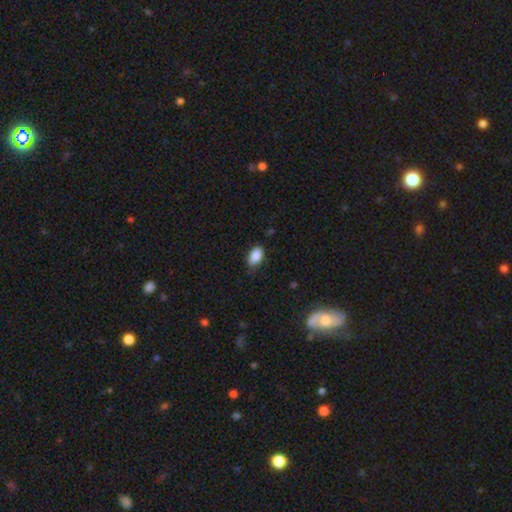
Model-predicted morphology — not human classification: smooth-or-featured: smooth: 88% | star or artifact: 8% | featured or disk: 5%
  how-rounded: in between: 92% | round: 6% | cigar-shaped: 3%
  merging: none: 73% | minor disturbance: 23% | major disturbance: 3% | merger: 1%